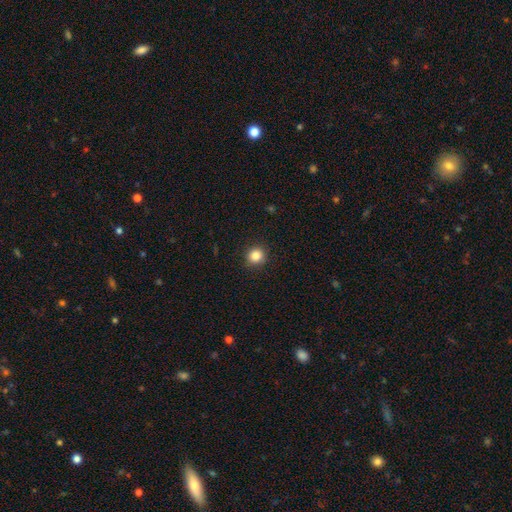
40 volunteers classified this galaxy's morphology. Smooth or featured? 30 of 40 (75%) said smooth. How rounded? 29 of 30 (97%) said round. Merging? 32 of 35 (91%) said none.